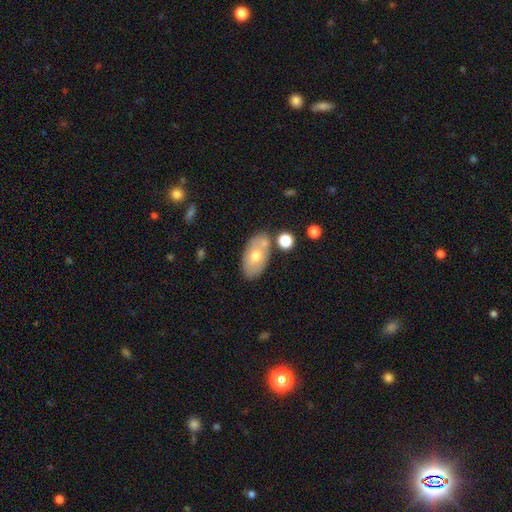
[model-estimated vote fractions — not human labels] Smooth or featured? smooth (56%)
How rounded? in between (91%)
Merging? none (73%)